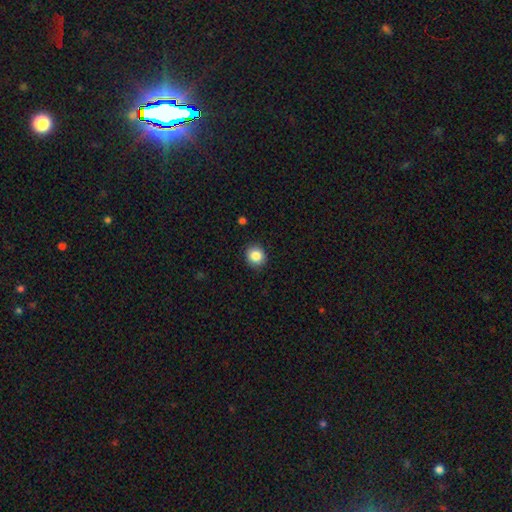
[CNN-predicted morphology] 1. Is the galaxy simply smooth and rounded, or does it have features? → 86% smooth, 9% star or artifact, 5% featured or disk.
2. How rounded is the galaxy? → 86% round, 13% in between, 1% cigar-shaped.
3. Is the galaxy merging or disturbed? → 91% none, 6% minor disturbance, 2% major disturbance, 1% merger.